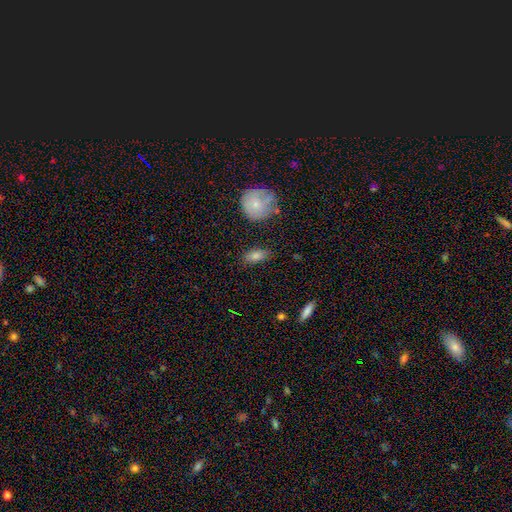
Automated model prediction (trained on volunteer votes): This appears to be a smooth galaxy with no disk features (77%) that is in between round and cigar-shaped (80%). Merging: none (79%).